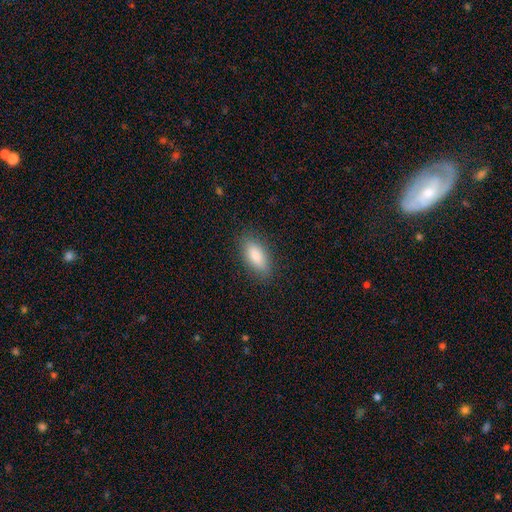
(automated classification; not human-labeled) Smooth or featured: smooth — 84% (featured or disk — 9%)
How rounded: in between — 82% (cigar-shaped — 15%)
Merging: none — 86% (minor disturbance — 10%)